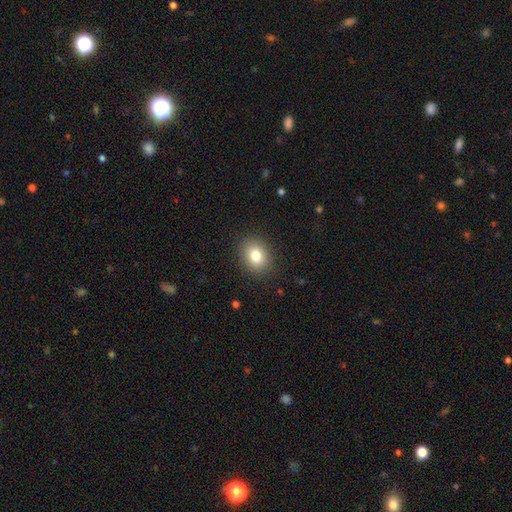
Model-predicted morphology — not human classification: type=smooth (81%); roundness=in between (54%); merging=none (88%).